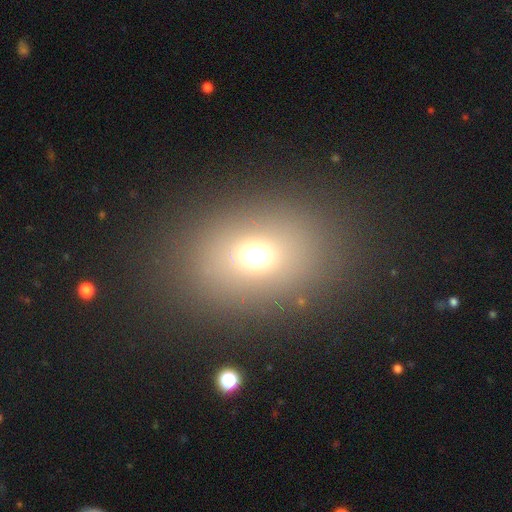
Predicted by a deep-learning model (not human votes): A smooth galaxy with no disk features (67%) that is in between round and cigar-shaped (55%).

Vote fractions:
- Smooth or featured? smooth: 67% / star or artifact: 20% / featured or disk: 12%
- How rounded? in between: 55% / round: 44% / cigar-shaped: 1%
- Merging? none: 83% / minor disturbance: 9% / major disturbance: 6% / merger: 2%